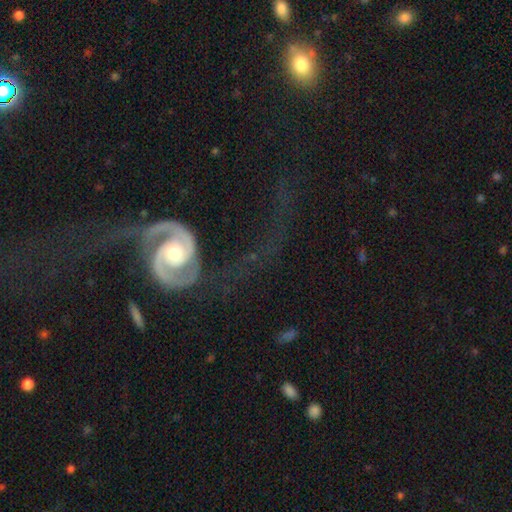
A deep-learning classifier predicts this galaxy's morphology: Overall: featured or disk (88%). Edge-on disk: no (96%). Bar: no (47%; weak 34%). Spiral arms: yes (95%). Spiral arm count: 2 (93%). Spiral winding: loose (50%; medium 37%). Bulge size: moderate (62%). Merging: none (50%; major disturbance 30%).